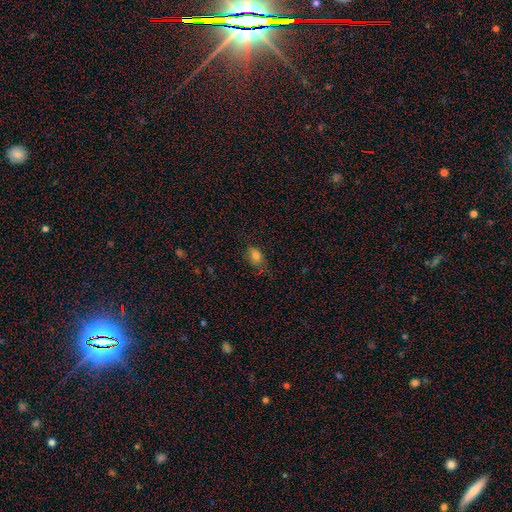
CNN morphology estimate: type=smooth (78%); roundness=in between (78%); merging=none (66%).